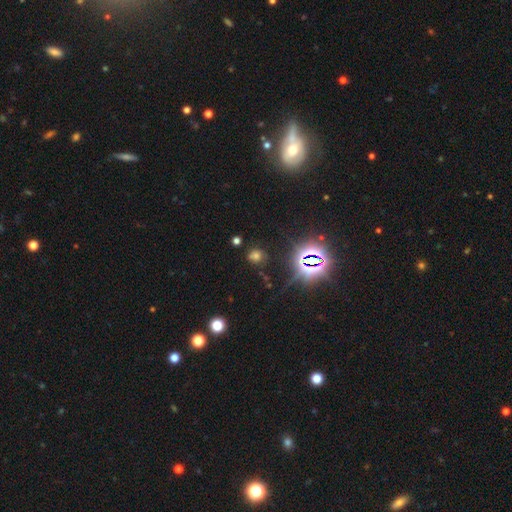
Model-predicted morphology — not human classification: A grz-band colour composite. It shows a smooth galaxy with no disk features (51%) that is round (81%). Merging: none (79%).